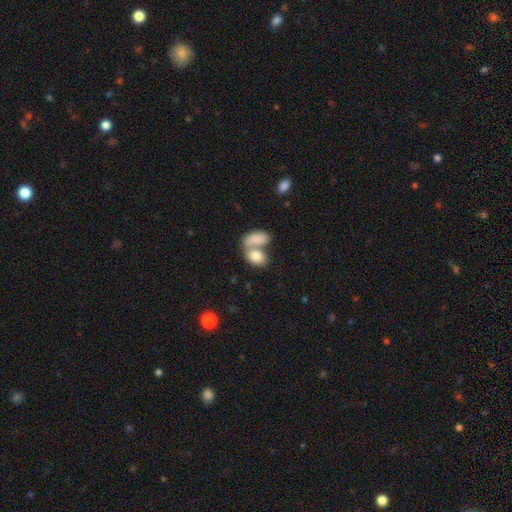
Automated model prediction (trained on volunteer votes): This is clearly a smooth galaxy (80%). How rounded: clearly in between (85%). Merging: likely merger (64%).